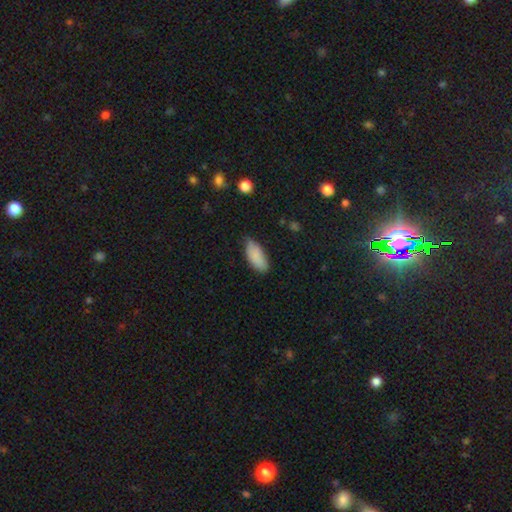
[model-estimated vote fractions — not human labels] The model was most divided on "merging": none: 70%, minor disturbance: 25%, major disturbance: 3%, merger: 1%. More confident: how rounded — in between (88%); smooth or featured — smooth (87%).